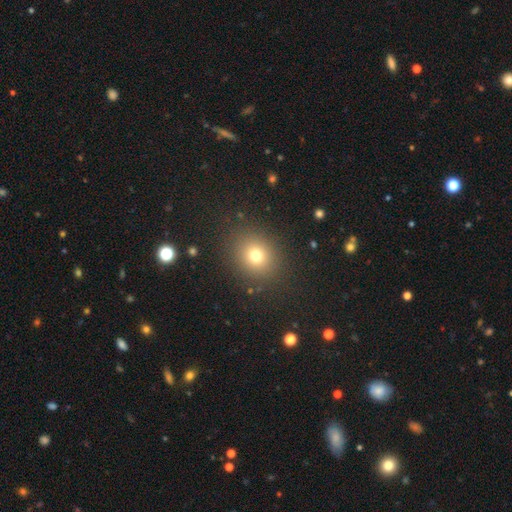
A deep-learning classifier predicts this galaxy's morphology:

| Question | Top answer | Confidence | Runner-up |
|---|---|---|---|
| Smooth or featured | smooth | 74% | star or artifact (16%) |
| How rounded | round | 74% | in between (25%) |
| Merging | none | 87% | minor disturbance (8%) |